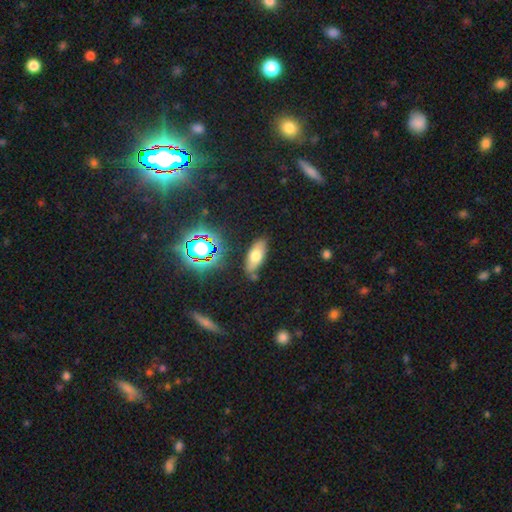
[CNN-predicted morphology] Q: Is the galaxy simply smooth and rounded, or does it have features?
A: smooth — 63%.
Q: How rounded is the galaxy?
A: in between — 77%.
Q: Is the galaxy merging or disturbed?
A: none — 77%.